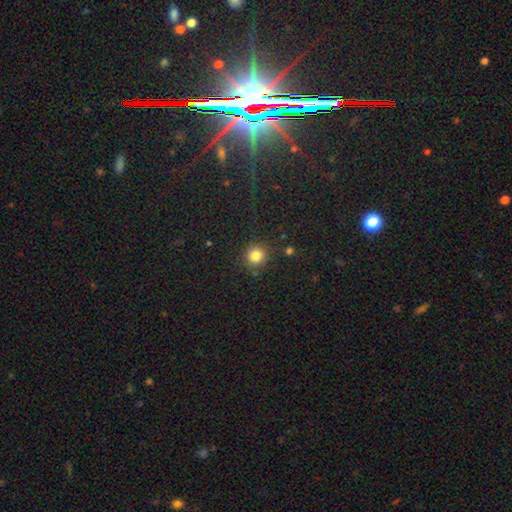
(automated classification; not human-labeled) Smooth or featured? Predicted: smooth (p=0.82). How rounded? Predicted: round (p=0.91). Merging? Predicted: none (p=0.85).